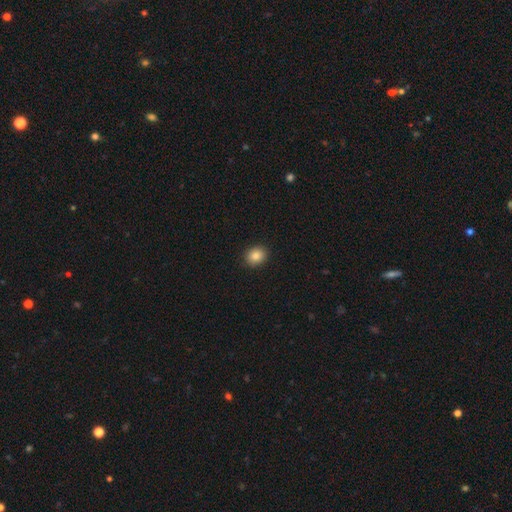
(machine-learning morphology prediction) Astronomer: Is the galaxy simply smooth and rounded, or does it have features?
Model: smooth — 86%.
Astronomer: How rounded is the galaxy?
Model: round — 57% (runner-up: in between, 42%).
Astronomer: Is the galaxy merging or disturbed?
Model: none — 90%.